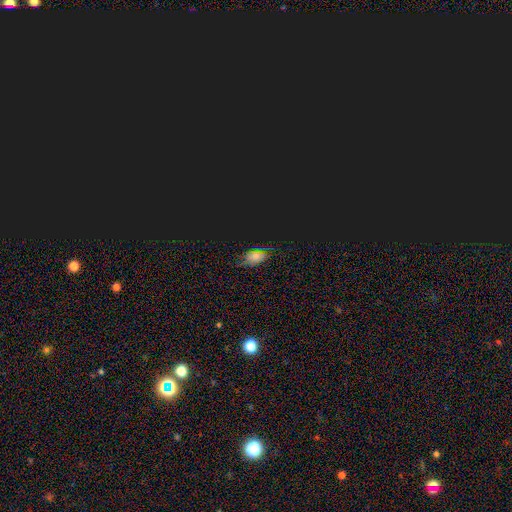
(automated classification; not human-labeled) Morphology: type=smooth (43%); merging=none (70%).